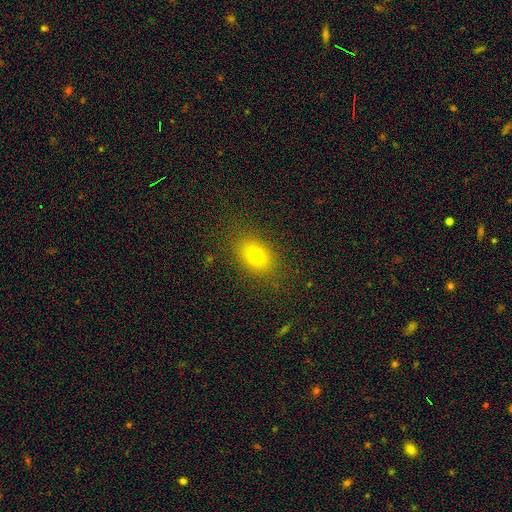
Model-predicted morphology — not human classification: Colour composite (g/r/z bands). It shows a smooth galaxy with no disk features (74%) that is in between round and cigar-shaped (73%). Merging: none (84%).